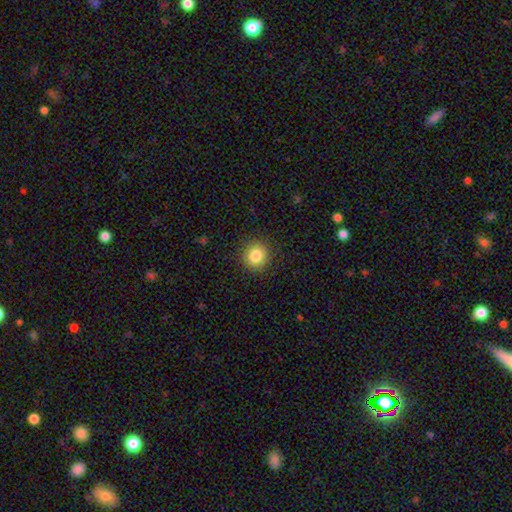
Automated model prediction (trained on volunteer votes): Q: Smooth or featured?
A: smooth (83%); runner-up: star or artifact (11%)
Q: How rounded?
A: round (90%); runner-up: in between (9%)
Q: Merging?
A: none (90%); runner-up: minor disturbance (7%)